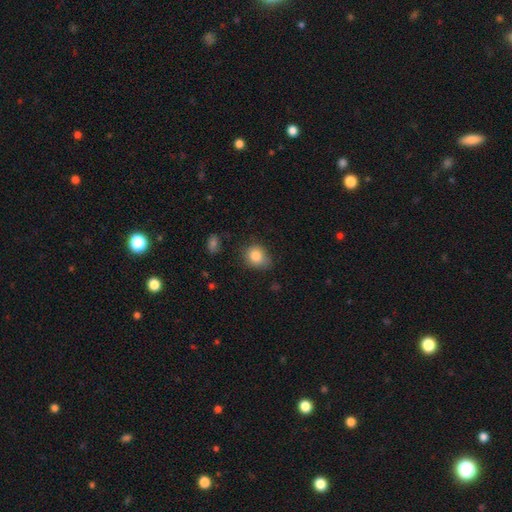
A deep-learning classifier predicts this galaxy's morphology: type=smooth (84%); roundness=round (63%); merging=none (65%).